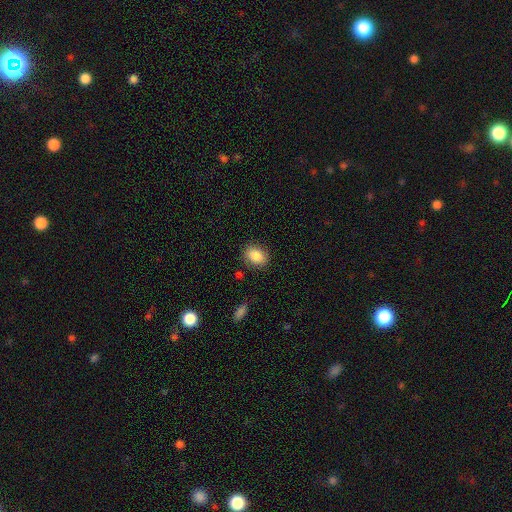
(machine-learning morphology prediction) type=smooth (87%); roundness=in between (68%); merging=none (83%).